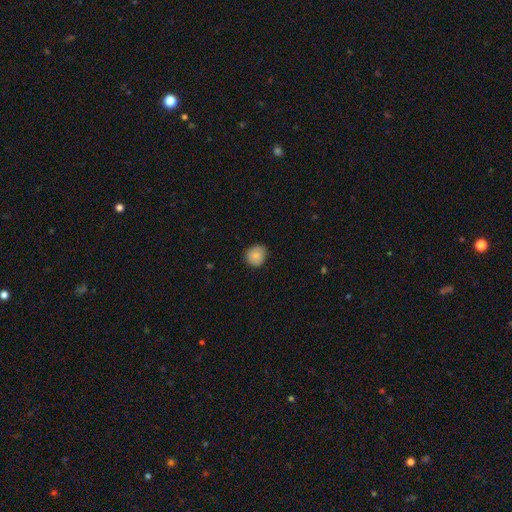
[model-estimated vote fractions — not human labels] smooth_or_featured: smooth (p=0.83) [alt: star or artifact p=0.08]
how_rounded: round (p=0.83) [alt: in between p=0.16]
merging: none (p=0.80) [alt: minor disturbance p=0.16]